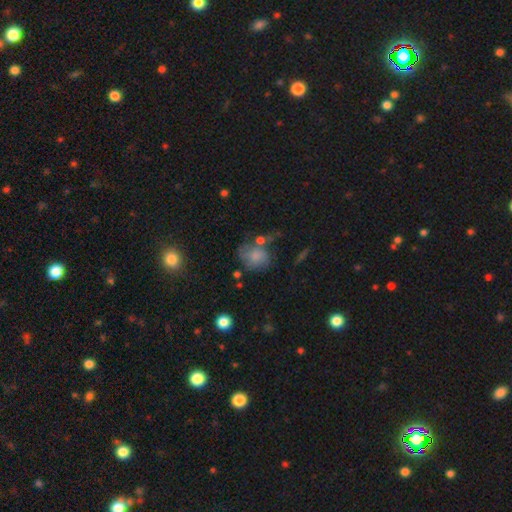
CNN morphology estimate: smooth 65%, featured or disk 24%, star or artifact 11%. Down the decision tree: how rounded — round (52%); merging — none (41%).